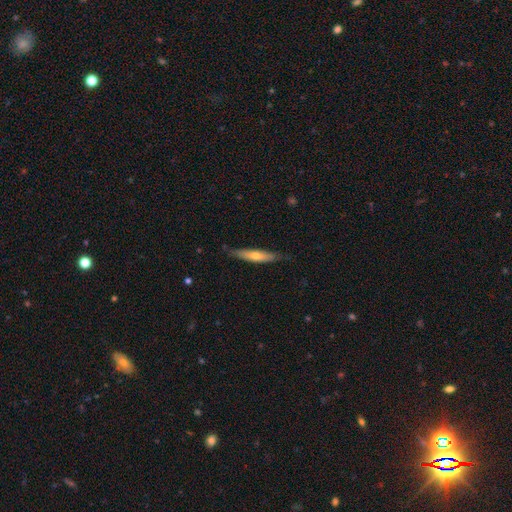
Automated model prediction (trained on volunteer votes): Smooth or featured? smooth (55%)
How rounded? cigar-shaped (83%)
Merging? none (78%)